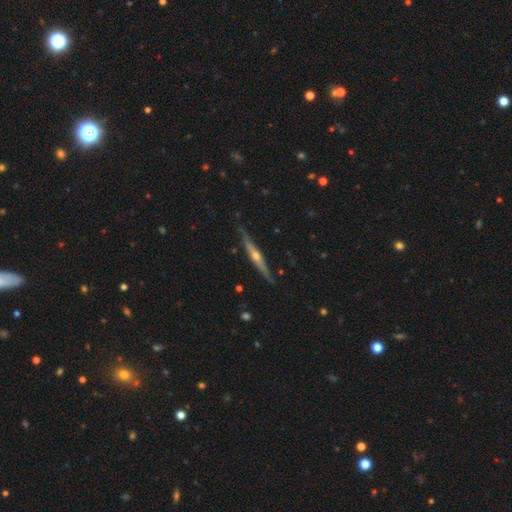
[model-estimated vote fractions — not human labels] Overall: featured or disk (79%). Edge-on disk: yes (98%). Edge-on bulge: rounded (88%). Merging: none (87%).